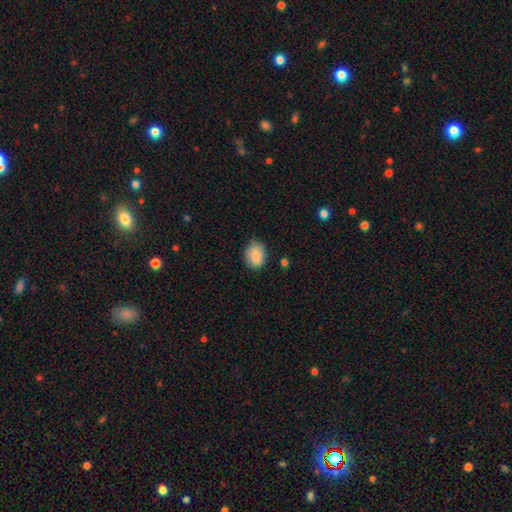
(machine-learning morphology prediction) This appears to be a smooth galaxy with no disk features (86%) that is in between round and cigar-shaped (63%). Merging: none (76%).